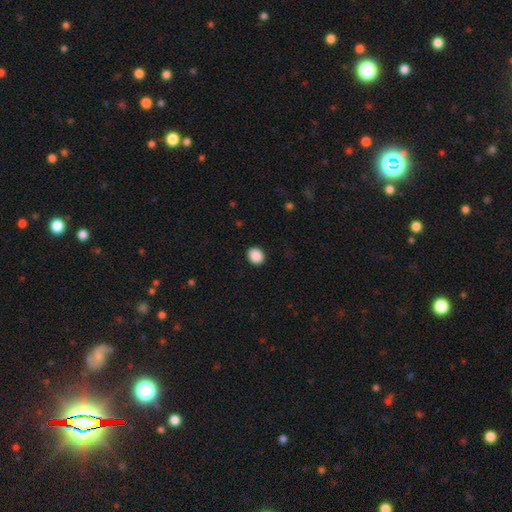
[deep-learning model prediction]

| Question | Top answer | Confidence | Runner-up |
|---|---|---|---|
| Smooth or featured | smooth | 90% | star or artifact (8%) |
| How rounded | round | 60% | in between (39%) |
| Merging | none | 91% | minor disturbance (6%) |